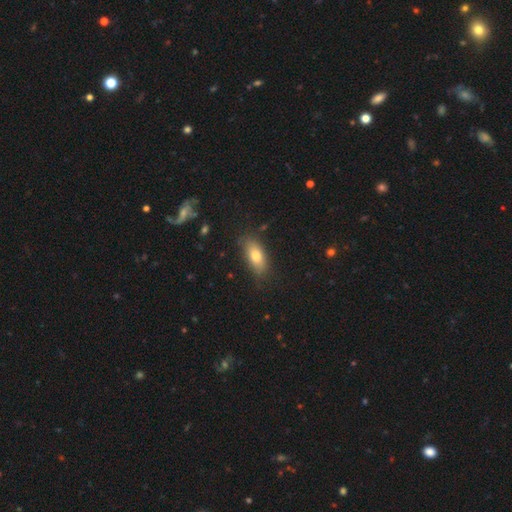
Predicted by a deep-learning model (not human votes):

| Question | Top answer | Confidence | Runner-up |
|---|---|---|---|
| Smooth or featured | smooth | 75% | featured or disk (16%) |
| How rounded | in between | 81% | cigar-shaped (15%) |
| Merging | none | 76% | minor disturbance (18%) |